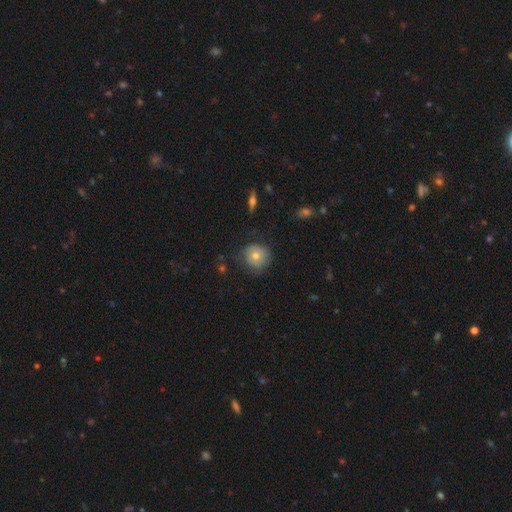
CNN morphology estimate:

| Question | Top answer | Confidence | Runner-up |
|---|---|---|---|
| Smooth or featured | smooth | 65% | featured or disk (25%) |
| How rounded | round | 91% | in between (8%) |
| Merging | none | 71% | minor disturbance (21%) |